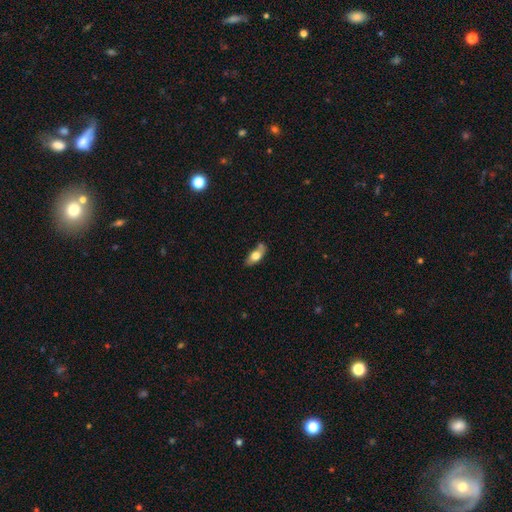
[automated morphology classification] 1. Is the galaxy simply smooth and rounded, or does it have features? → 64% smooth, 29% featured or disk, 7% star or artifact.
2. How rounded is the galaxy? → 79% in between, 16% cigar-shaped, 4% round.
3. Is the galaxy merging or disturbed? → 58% none, 25% minor disturbance, 10% merger, 6% major disturbance.